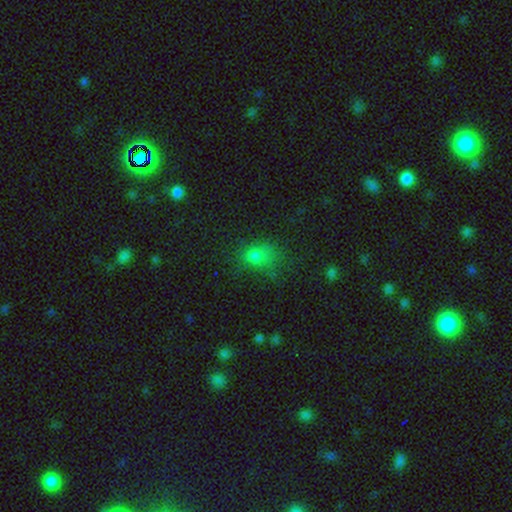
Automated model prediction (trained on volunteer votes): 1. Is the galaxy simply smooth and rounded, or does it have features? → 73% smooth, 18% star or artifact, 10% featured or disk.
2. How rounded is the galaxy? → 52% in between, 47% round, 2% cigar-shaped.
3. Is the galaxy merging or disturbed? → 51% none, 26% minor disturbance, 19% major disturbance, 4% merger.